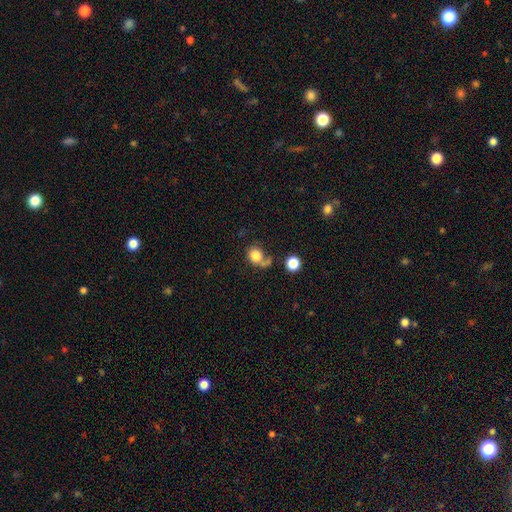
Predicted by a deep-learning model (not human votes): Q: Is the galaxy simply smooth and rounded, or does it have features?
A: smooth — 80%.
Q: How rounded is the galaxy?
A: round — 75%.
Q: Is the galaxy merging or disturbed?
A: none — 44%.